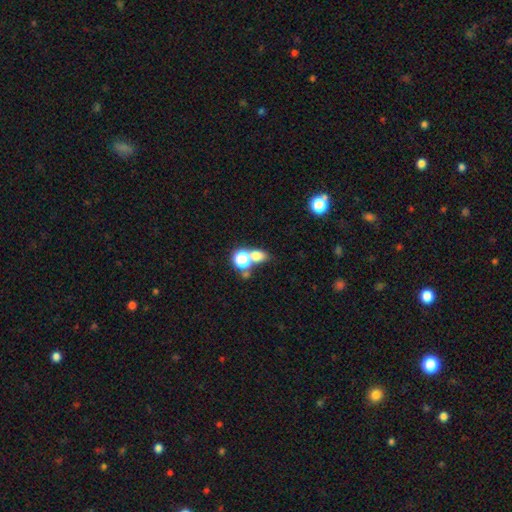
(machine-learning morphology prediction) Overall: smooth (67%). How rounded: in between (52%; round 47%). Merging: none (49%; merger 38%).